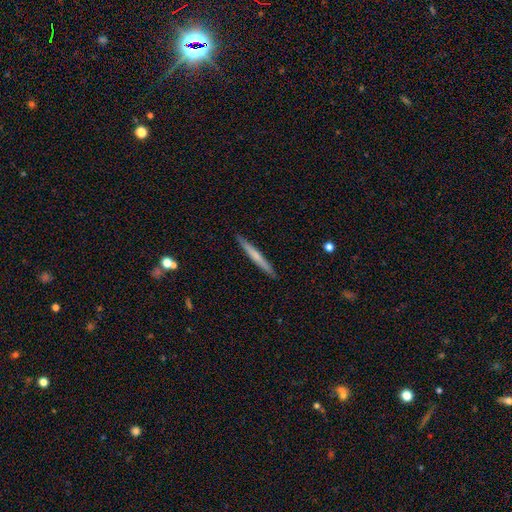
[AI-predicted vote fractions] Smooth or featured: smooth — 54% (featured or disk — 40%)
How rounded: cigar-shaped — 97% (in between — 2%)
Merging: none — 91% (minor disturbance — 6%)